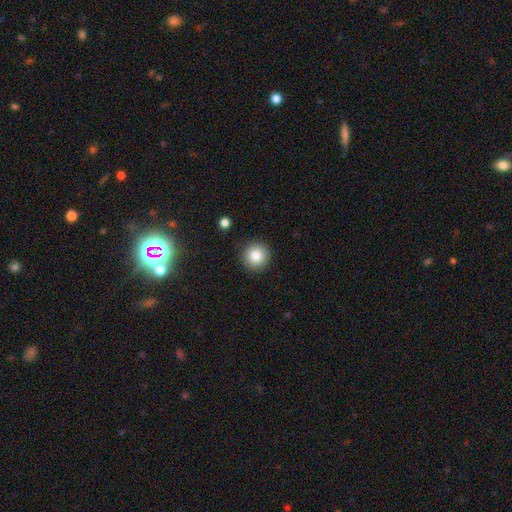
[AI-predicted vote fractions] A smooth galaxy with no disk features (84%) that is round (95%). Merging: none (91%).